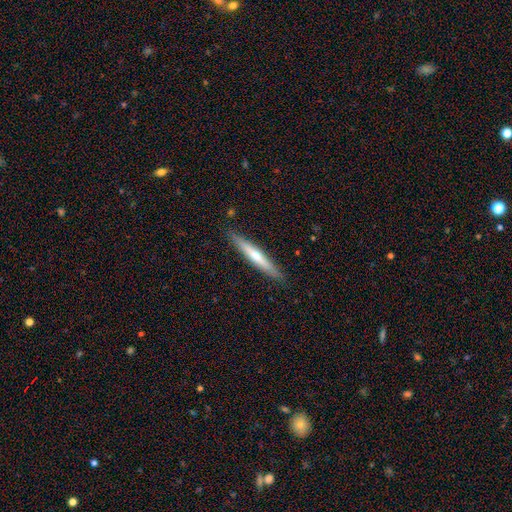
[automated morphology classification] featured or disk 52%, smooth 43%, star or artifact 5%. Down the decision tree: edge-on disk — yes (95%); merging — none (90%).